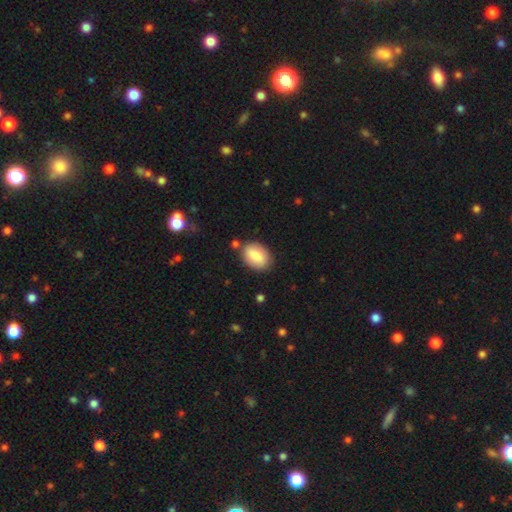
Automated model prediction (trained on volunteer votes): A smooth galaxy with no disk features (80%) that is in between round and cigar-shaped (82%). Merging: none (81%).